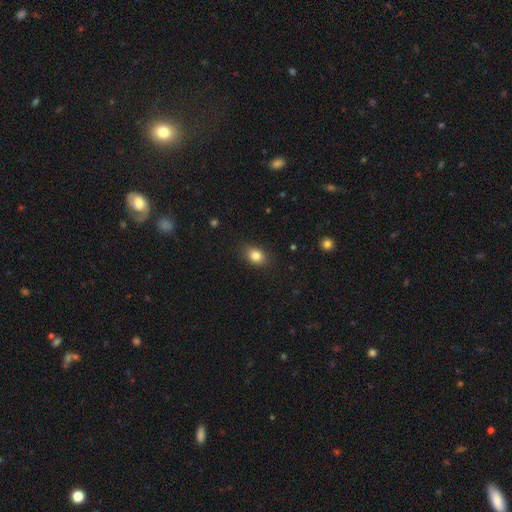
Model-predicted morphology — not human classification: type=smooth (83%); roundness=in between (67%); merging=none (86%).